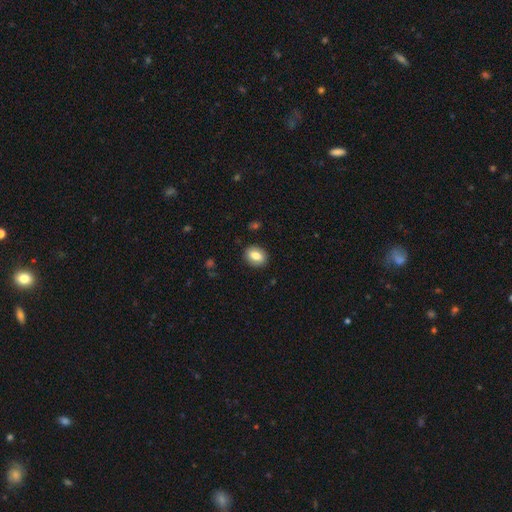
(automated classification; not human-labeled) The model was most divided on "how rounded": in between: 58%, round: 41%, cigar-shaped: 1%. More confident: merging — none (88%); smooth or featured — smooth (81%).